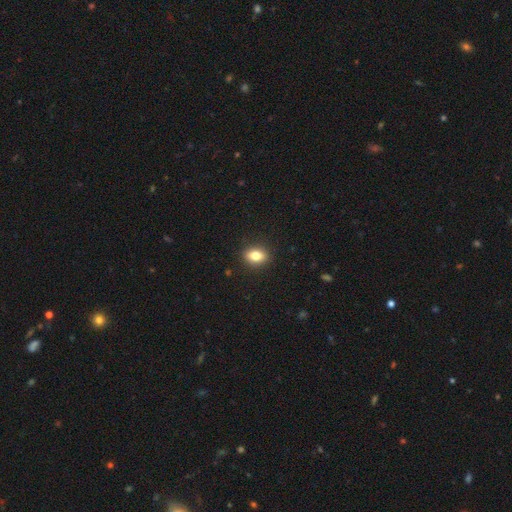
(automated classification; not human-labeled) Smooth or featured? smooth (80%)
How rounded? in between (70%)
Merging? none (90%)